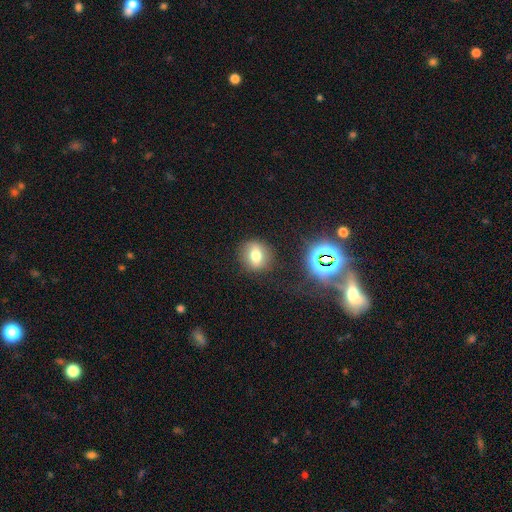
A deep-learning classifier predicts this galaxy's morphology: Overall: smooth (67%). How rounded: round (72%). Merging: none (85%).